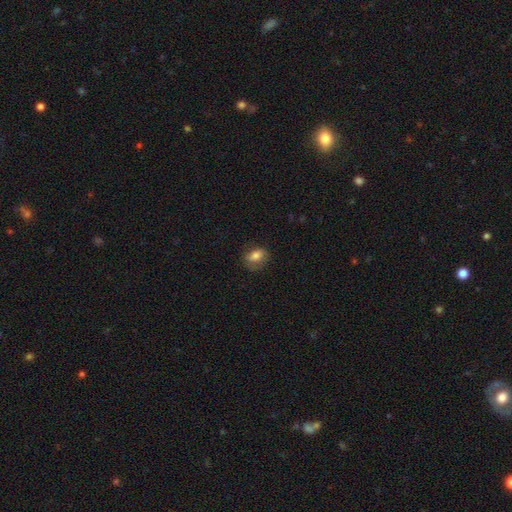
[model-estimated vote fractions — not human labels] Smooth or featured? smooth (76%)
How rounded? in between (70%)
Merging? none (71%)